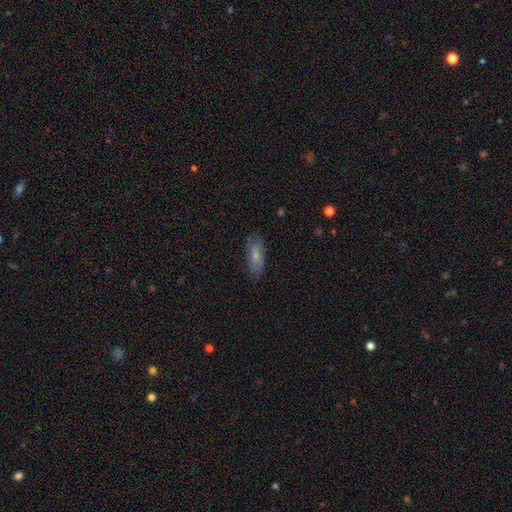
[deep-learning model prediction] This is likely a smooth galaxy (73%). How rounded: likely in between (78%). Merging: likely none (78%).